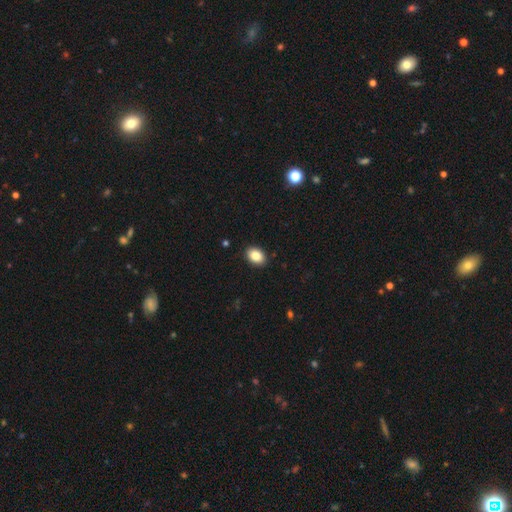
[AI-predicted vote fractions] Smooth or featured: smooth — 87% (star or artifact — 8%)
How rounded: in between — 81% (round — 18%)
Merging: none — 90% (minor disturbance — 7%)